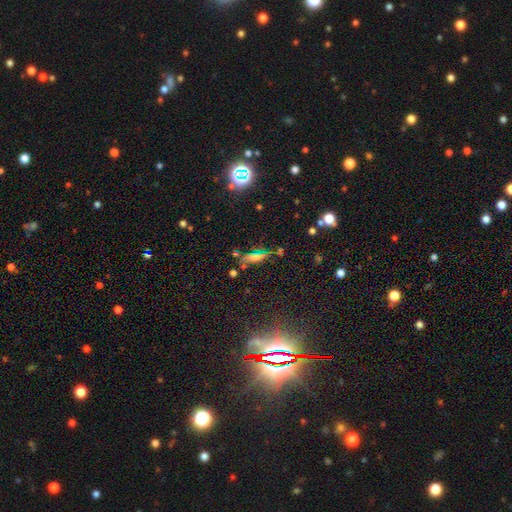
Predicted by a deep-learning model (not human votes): smooth 41%, featured or disk 33%, star or artifact 26%. Down the decision tree: merging — none (67%).